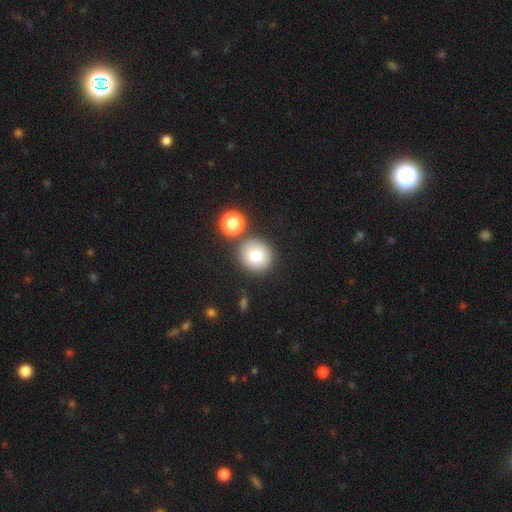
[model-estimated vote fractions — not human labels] Morphology: type=smooth (81%); roundness=round (82%); merging=none (75%).